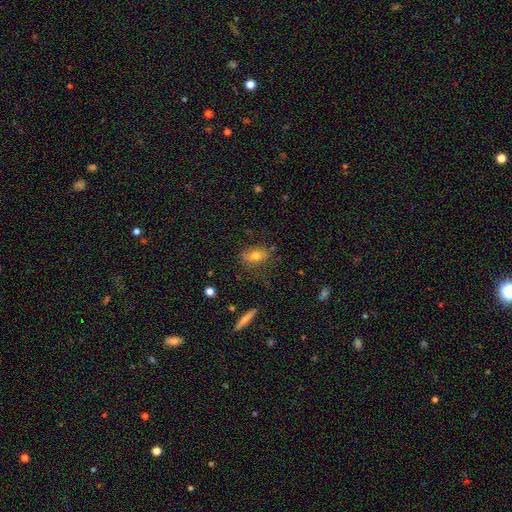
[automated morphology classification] smooth_or_featured: smooth (p=0.64) [alt: featured or disk p=0.26]
how_rounded: in between (p=0.76) [alt: cigar-shaped p=0.12]
merging: none (p=0.76) [alt: minor disturbance p=0.16]